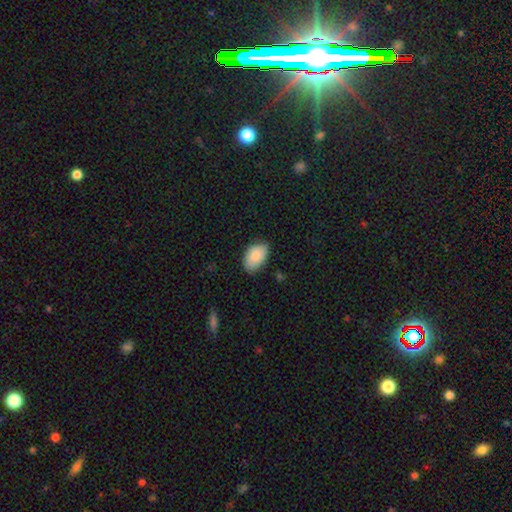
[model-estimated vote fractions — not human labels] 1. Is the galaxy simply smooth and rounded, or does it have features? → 87% smooth, 7% star or artifact, 6% featured or disk.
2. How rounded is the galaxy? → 92% in between, 7% round, 1% cigar-shaped.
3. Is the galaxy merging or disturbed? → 78% none, 18% minor disturbance, 3% major disturbance, 1% merger.